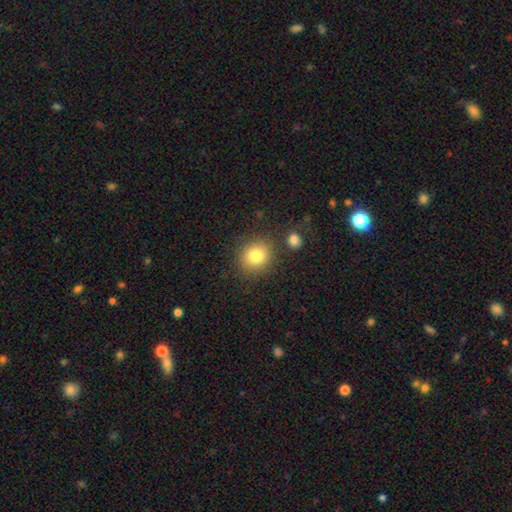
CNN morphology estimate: smooth_or_featured: smooth (p=0.81) [alt: star or artifact p=0.11]
how_rounded: round (p=0.81) [alt: in between p=0.18]
merging: none (p=0.83) [alt: minor disturbance p=0.09]